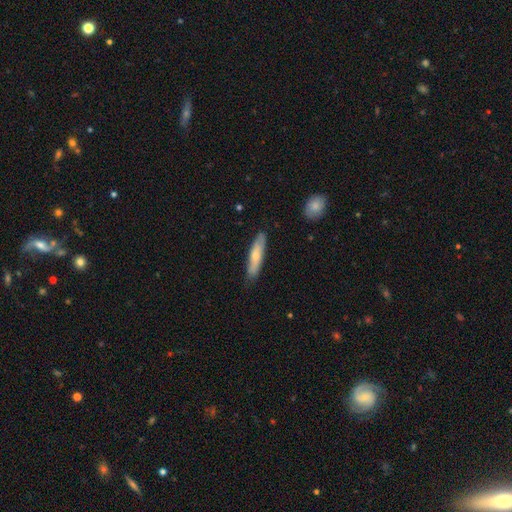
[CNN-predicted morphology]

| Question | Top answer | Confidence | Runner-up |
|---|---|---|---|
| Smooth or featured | smooth | 67% | featured or disk (28%) |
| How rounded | cigar-shaped | 83% | in between (15%) |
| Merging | none | 83% | minor disturbance (14%) |